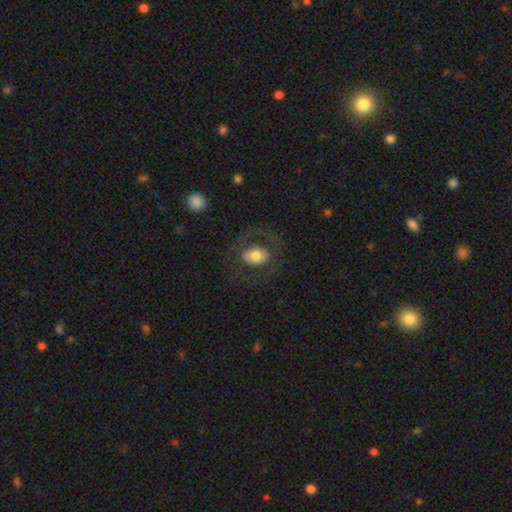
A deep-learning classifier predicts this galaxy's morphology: type=smooth (53%); roundness=in between (58%); merging=none (67%).